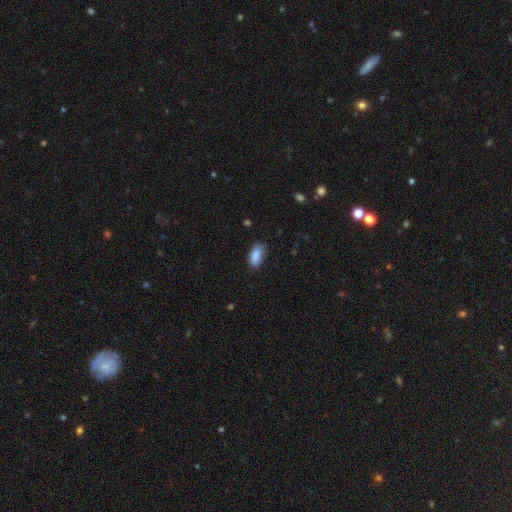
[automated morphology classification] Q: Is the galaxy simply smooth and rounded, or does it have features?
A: smooth — 87%.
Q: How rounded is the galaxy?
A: in between — 89%.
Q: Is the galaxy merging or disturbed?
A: none — 73%.